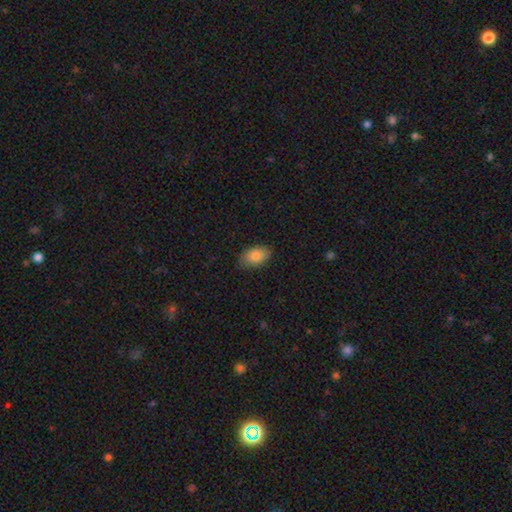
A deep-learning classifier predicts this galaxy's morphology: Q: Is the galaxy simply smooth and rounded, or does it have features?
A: smooth — 85%.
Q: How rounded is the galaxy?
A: in between — 92%.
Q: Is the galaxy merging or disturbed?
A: none — 81%.